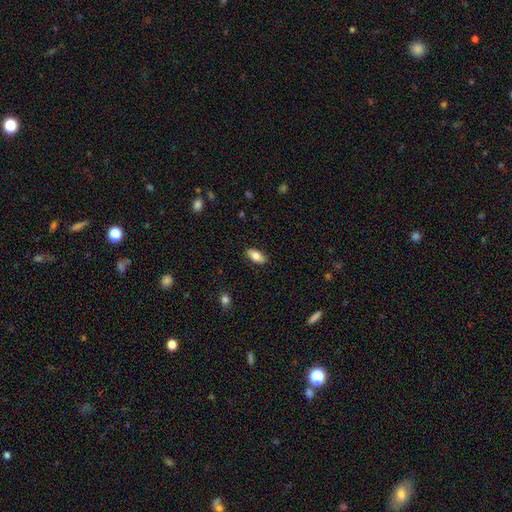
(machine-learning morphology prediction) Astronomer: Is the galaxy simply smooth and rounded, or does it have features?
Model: smooth — 78%.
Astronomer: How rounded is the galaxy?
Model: in between — 89%.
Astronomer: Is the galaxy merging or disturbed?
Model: none — 87%.